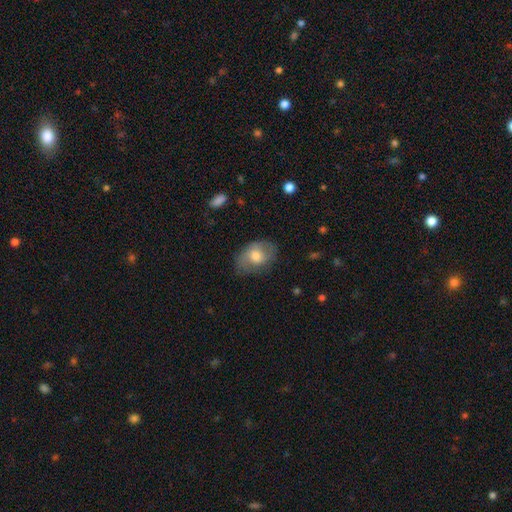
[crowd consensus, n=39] Smooth or featured: featured or disk — 51% (smooth — 49%)
Edge-on disk: no — 90% (yes — 10%)
Bar: no — 67% (weak — 28%)
Spiral arms: yes — 50% (tied with no — 50%)
Spiral winding: medium — 56% (tight — 33%)
Spiral arm count: 2 — 67% (3 — 11%)
Bulge size: moderate — 61% (small — 33%)
Merging: none — 74% (minor disturbance — 18%)